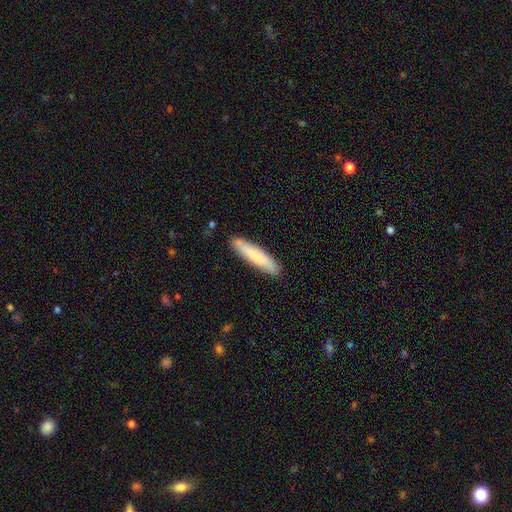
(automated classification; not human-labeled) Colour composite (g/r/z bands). It shows a smooth galaxy with no disk features (72%) that is cigar-shaped (86%). Merging: none (87%).